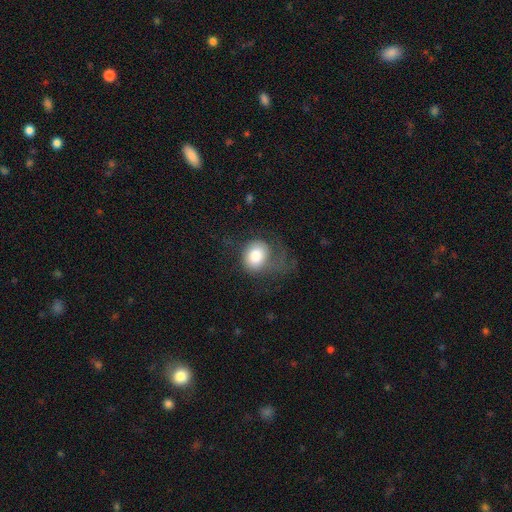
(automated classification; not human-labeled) A smooth galaxy with no disk features (73%) that is round (63%). Merging: none (37%, tied with major disturbance).